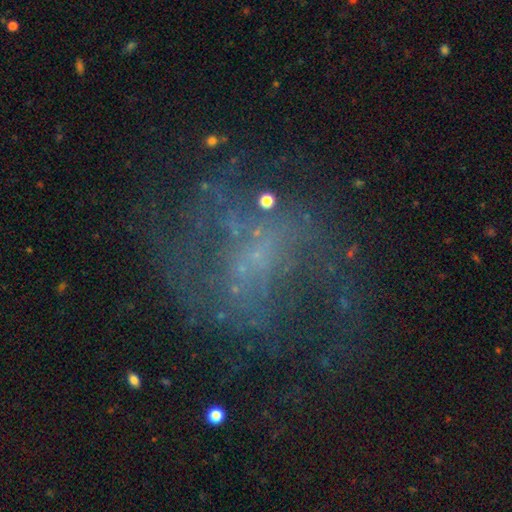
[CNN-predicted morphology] Smooth or featured: featured or disk — 63% (star or artifact — 22%)
Edge-on disk: no — 97% (yes — 3%)
Bar: no — 60% (weak — 30%)
Spiral arms: yes — 55% (no — 45%)
Bulge size: none — 51% (small — 37%)
Merging: none — 52% (major disturbance — 29%)